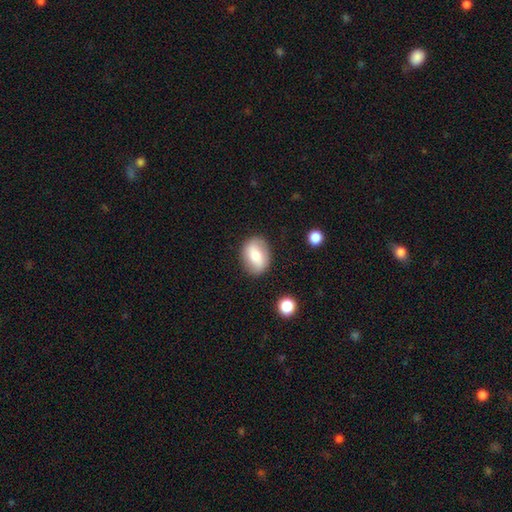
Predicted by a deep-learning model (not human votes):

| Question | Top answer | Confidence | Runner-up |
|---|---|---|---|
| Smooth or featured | smooth | 61% | featured or disk (31%) |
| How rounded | in between | 64% | round (35%) |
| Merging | none | 84% | minor disturbance (11%) |